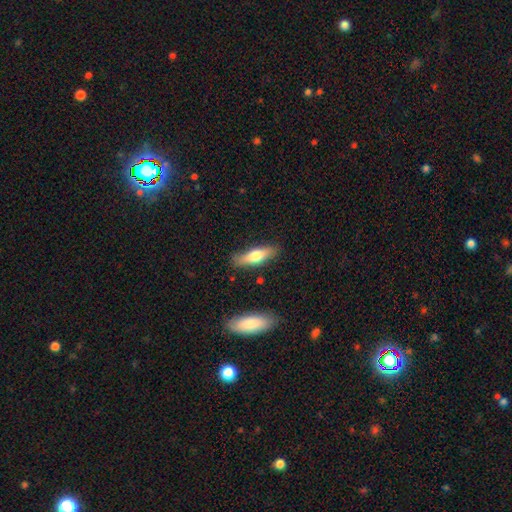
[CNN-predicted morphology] Q: Smooth or featured?
A: smooth (64%); runner-up: featured or disk (31%)
Q: How rounded?
A: cigar-shaped (57%); runner-up: in between (41%)
Q: Merging?
A: none (82%); runner-up: minor disturbance (13%)